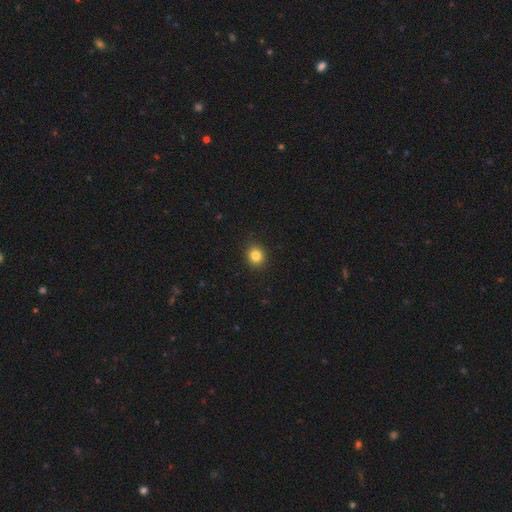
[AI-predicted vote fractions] A smooth galaxy with no disk features (83%) that is round (83%).

Vote fractions:
- Smooth or featured? smooth: 83% / star or artifact: 11% / featured or disk: 5%
- How rounded? round: 83% / in between: 17% / cigar-shaped: 1%
- Merging? none: 91% / minor disturbance: 6% / major disturbance: 2% / merger: 1%